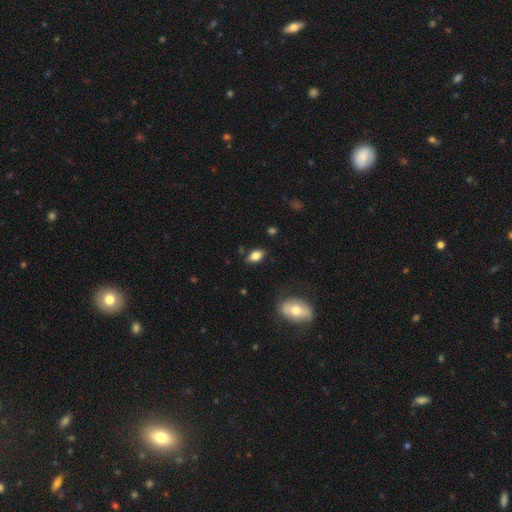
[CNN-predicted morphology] Smooth or featured: smooth — 79% (featured or disk — 12%)
How rounded: in between — 88% (round — 8%)
Merging: none — 82% (minor disturbance — 14%)